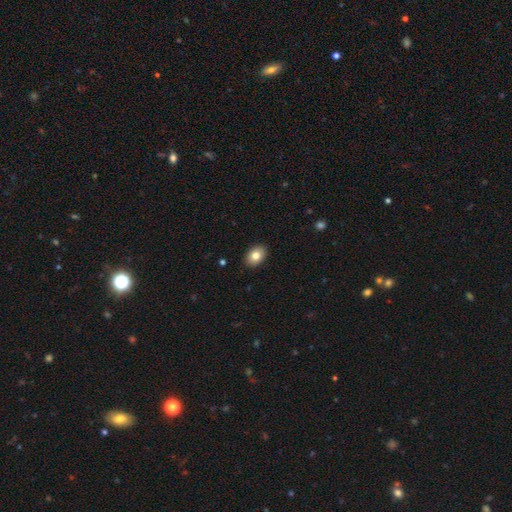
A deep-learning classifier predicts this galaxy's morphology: smooth_or_featured: smooth (p=0.82) [alt: featured or disk p=0.10]
how_rounded: in between (p=0.82) [alt: round p=0.17]
merging: none (p=0.90) [alt: minor disturbance p=0.07]